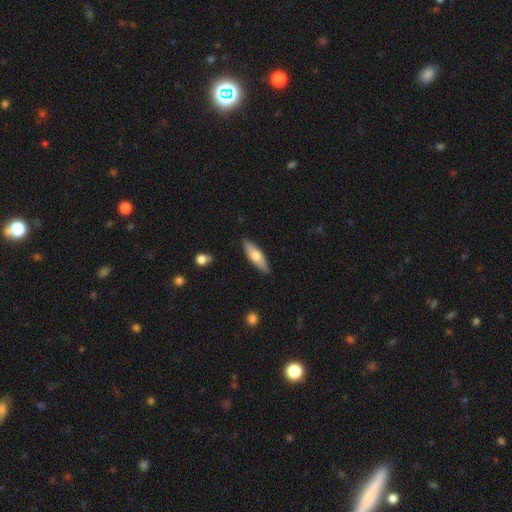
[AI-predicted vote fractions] The model was most divided on "how rounded": in between: 52%, cigar-shaped: 46%, round: 2%. More confident: merging — none (88%); smooth or featured — smooth (62%).